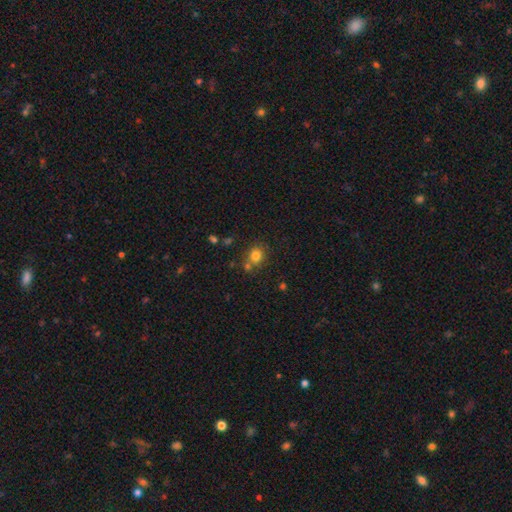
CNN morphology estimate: Smooth or featured: smooth — 80% (star or artifact — 13%)
How rounded: round — 79% (in between — 20%)
Merging: none — 68% (merger — 17%)